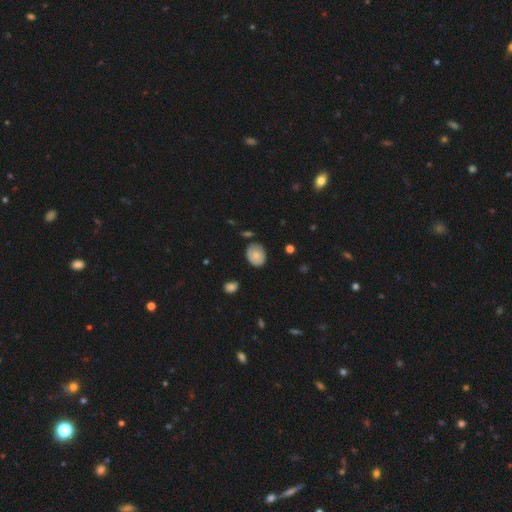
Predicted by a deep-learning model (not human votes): Smooth or featured: smooth — 75% (featured or disk — 17%)
How rounded: in between — 53% (round — 46%)
Merging: none — 73% (minor disturbance — 21%)